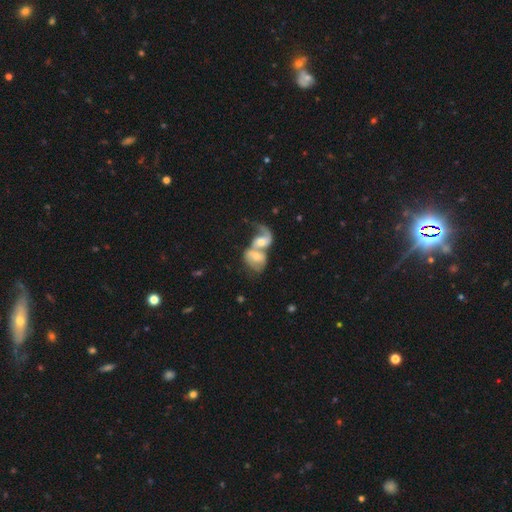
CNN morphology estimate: smooth_or_featured: featured or disk (p=0.56) [alt: smooth p=0.37]
disk_edge_on: no (p=0.96) [alt: yes p=0.04]
bar: no (p=0.60) [alt: weak p=0.30]
has_spiral_arms: yes (p=0.70) [alt: no p=0.30]
bulge_size: moderate (p=0.62) [alt: small p=0.24]
merging: merger (p=0.84) [alt: none p=0.07]